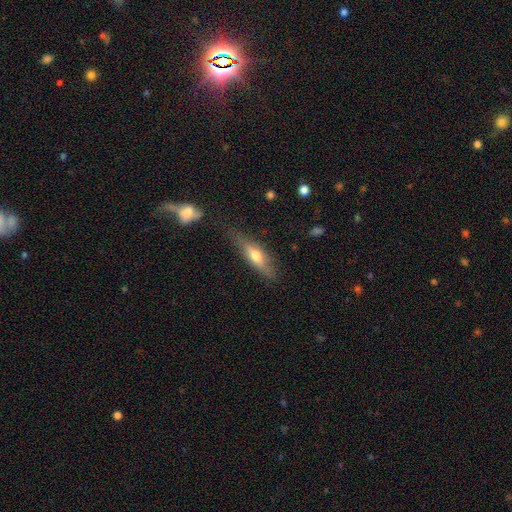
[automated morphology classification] The model was most divided on "smooth or featured": smooth: 55%, featured or disk: 39%, star or artifact: 7%. More confident: merging — none (74%); how rounded — cigar-shaped (60%).